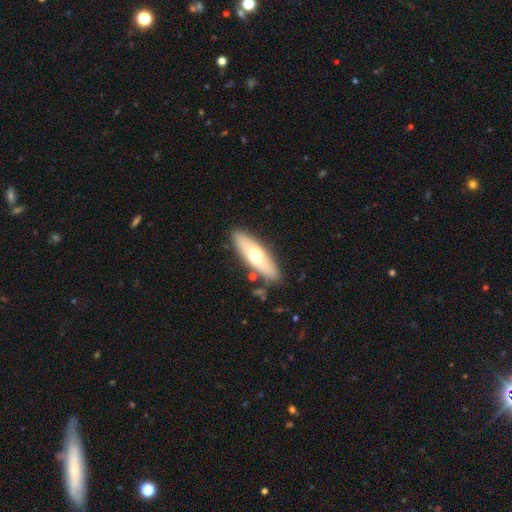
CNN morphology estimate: type=smooth (57%); roundness=cigar-shaped (49%, tied with in between); merging=none (85%).